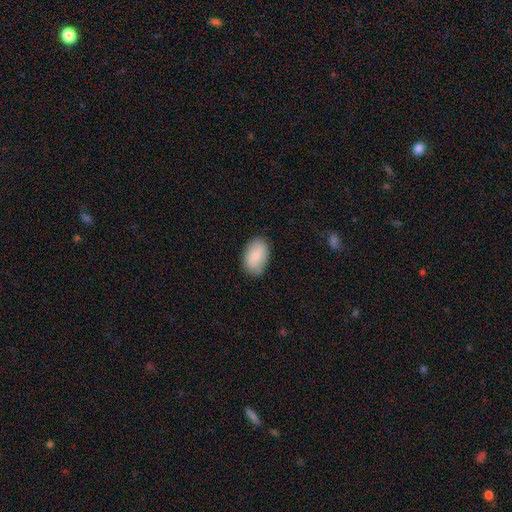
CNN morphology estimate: This appears to be a smooth galaxy with no disk features (84%) that is in between round and cigar-shaped (91%). Merging: none (83%).